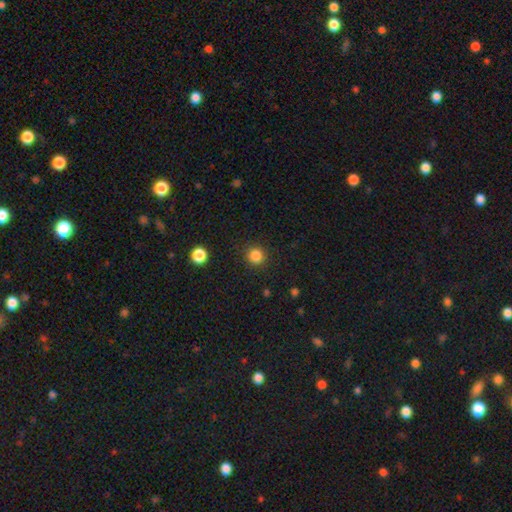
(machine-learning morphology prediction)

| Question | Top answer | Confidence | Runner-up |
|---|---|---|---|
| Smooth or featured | smooth | 85% | star or artifact (12%) |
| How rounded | round | 93% | in between (6%) |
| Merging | none | 90% | minor disturbance (6%) |